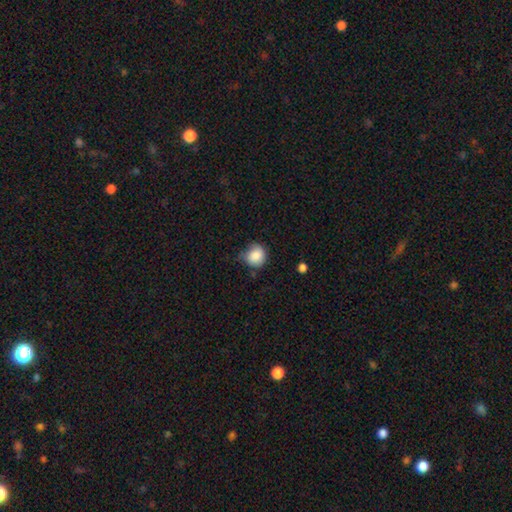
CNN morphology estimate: smooth_or_featured: smooth (p=0.83) [alt: featured or disk p=0.09]
how_rounded: round (p=0.82) [alt: in between p=0.17]
merging: none (p=0.56) [alt: minor disturbance p=0.33]